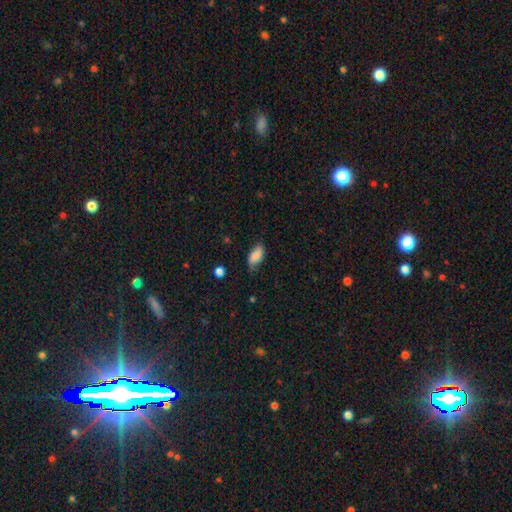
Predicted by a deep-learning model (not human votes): Smooth or featured? Predicted: smooth (p=0.79). How rounded? Predicted: in between (p=0.91). Merging? Predicted: none (p=0.67).